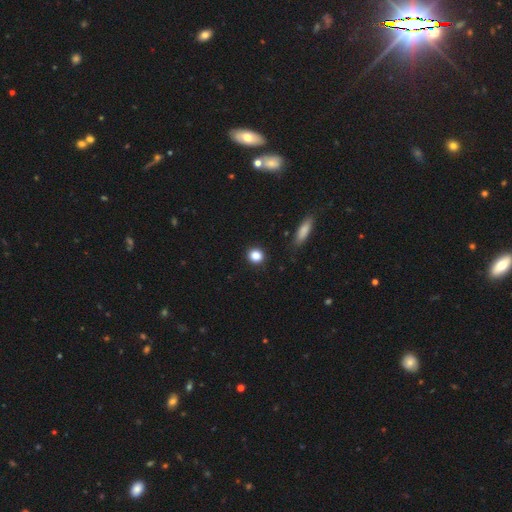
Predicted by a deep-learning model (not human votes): This appears to be a smooth galaxy with no disk features (86%) that is round (86%). Merging: none (90%).